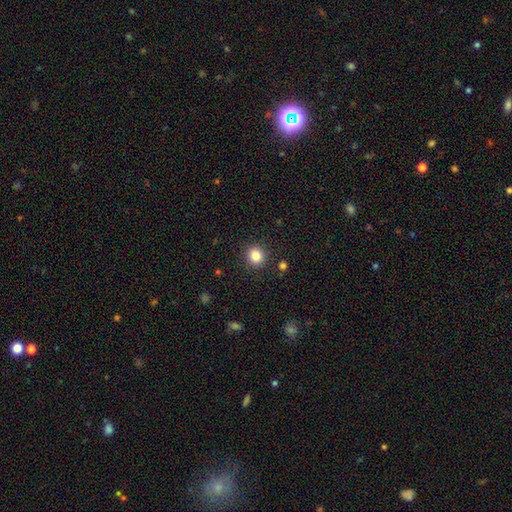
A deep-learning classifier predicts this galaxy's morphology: Overall: smooth (85%). How rounded: round (83%). Merging: none (90%).